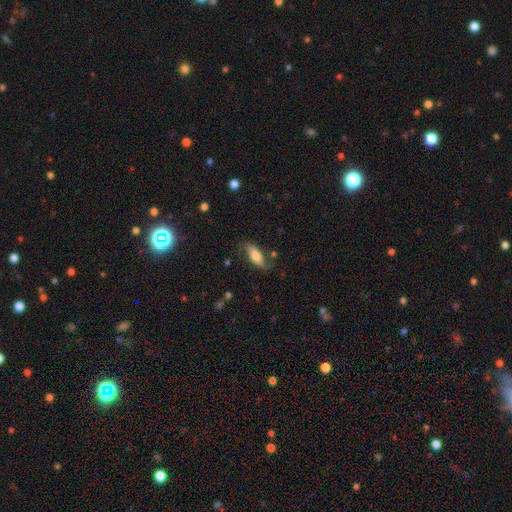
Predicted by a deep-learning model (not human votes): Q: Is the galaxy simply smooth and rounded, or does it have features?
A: smooth — 59%.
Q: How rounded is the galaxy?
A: in between — 76%.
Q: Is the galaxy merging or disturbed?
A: none — 66%.